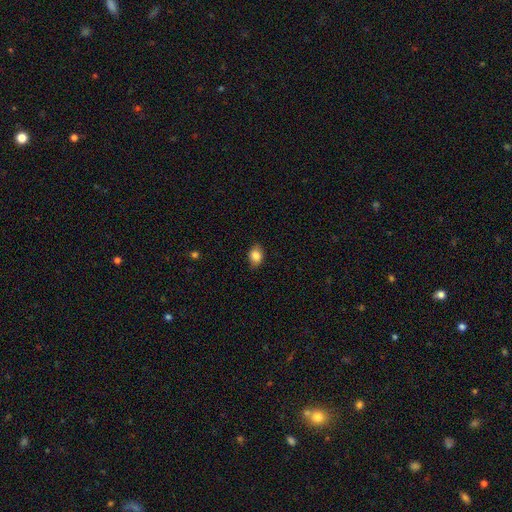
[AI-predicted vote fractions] smooth_or_featured: smooth (p=0.85) [alt: star or artifact p=0.08]
how_rounded: in between (p=0.74) [alt: round p=0.25]
merging: none (p=0.85) [alt: minor disturbance p=0.12]